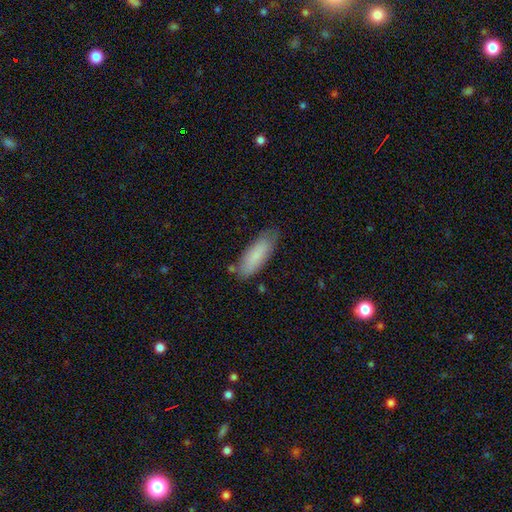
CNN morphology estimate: A smooth galaxy with no disk features (85%) that is in between round and cigar-shaped (59%). Merging: none (71%).